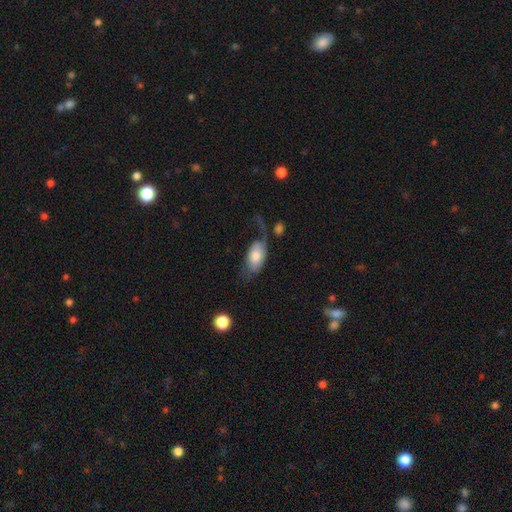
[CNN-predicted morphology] smooth 67%, featured or disk 27%, star or artifact 6%. Down the decision tree: how rounded — in between (92%); merging — major disturbance (37%).